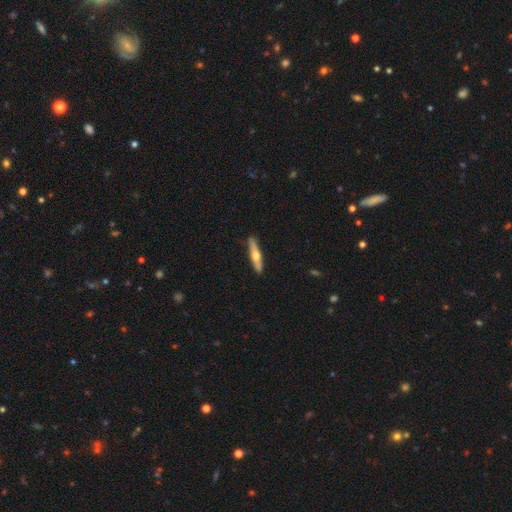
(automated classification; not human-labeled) This appears to be a featured or disk galaxy (50%) viewed edge-on (92%). Merging: none (89%).